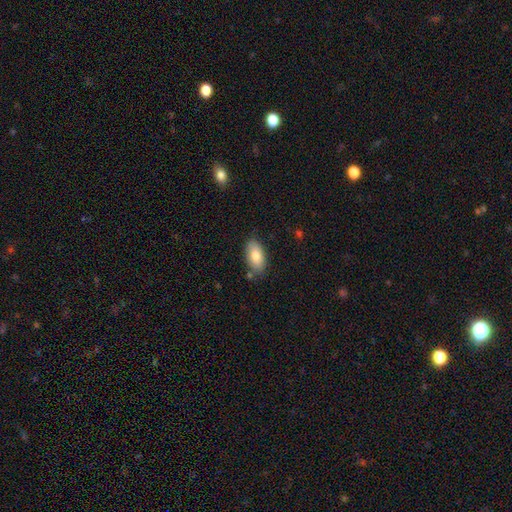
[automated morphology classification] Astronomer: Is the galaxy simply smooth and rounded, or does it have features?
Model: smooth — 82%.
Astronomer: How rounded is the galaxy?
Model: in between — 93%.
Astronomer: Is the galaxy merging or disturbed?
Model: none — 79%.